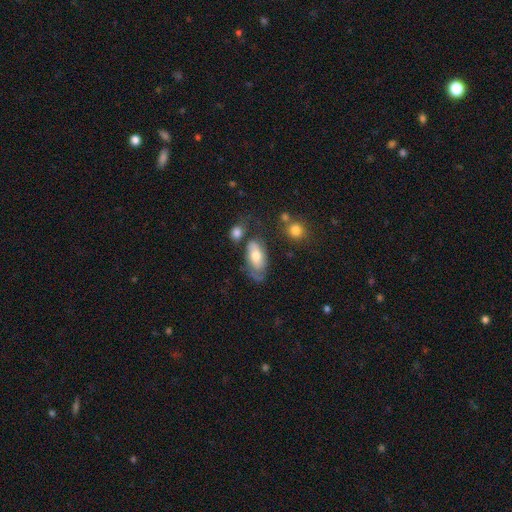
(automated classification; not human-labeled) Morphology: type=smooth (54%); roundness=in between (90%); merging=none (42%).